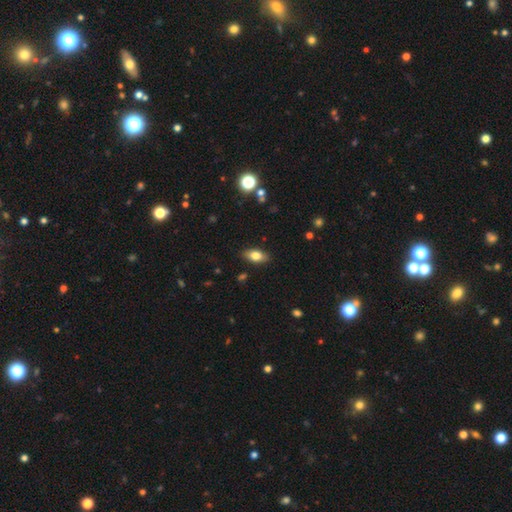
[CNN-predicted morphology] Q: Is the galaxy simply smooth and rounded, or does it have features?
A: smooth — 76%.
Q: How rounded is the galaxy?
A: in between — 87%.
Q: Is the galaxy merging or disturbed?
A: none — 87%.